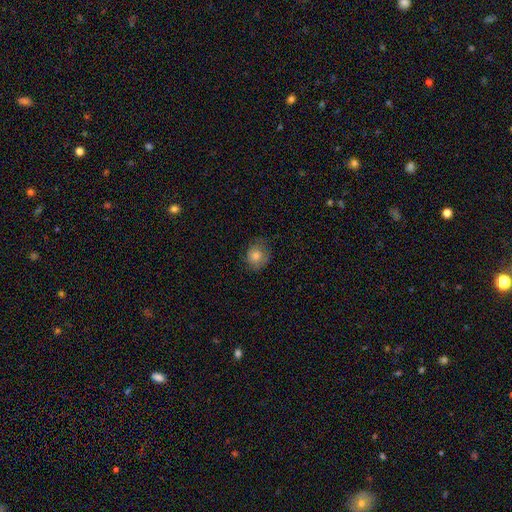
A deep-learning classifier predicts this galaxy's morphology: smooth_or_featured: smooth (p=0.73) [alt: featured or disk p=0.17]
how_rounded: round (p=0.71) [alt: in between p=0.28]
merging: none (p=0.71) [alt: minor disturbance p=0.21]